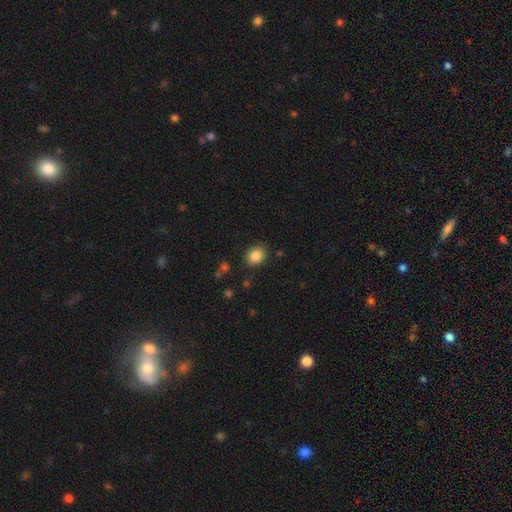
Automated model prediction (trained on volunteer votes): smooth 86%, star or artifact 10%, featured or disk 5%. Down the decision tree: how rounded — round (55%); merging — none (84%).